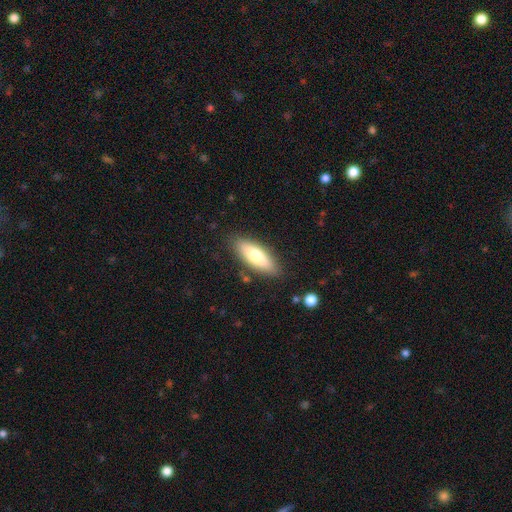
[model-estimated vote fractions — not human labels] A smooth galaxy with no disk features (72%) that is in between round and cigar-shaped (61%). Merging: none (84%).